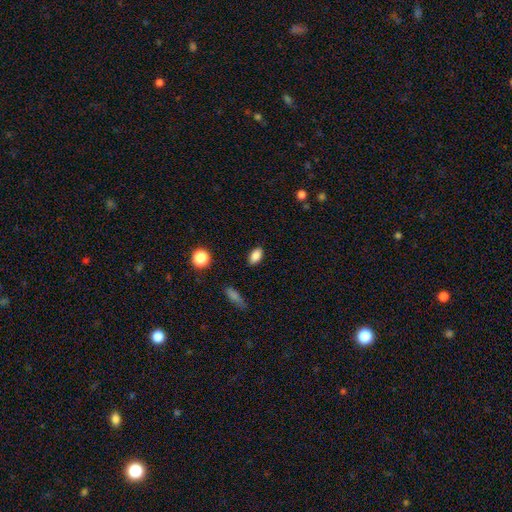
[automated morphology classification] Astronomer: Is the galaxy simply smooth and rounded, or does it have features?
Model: smooth — 85%.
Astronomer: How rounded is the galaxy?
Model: in between — 87%.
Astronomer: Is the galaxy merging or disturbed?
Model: none — 87%.